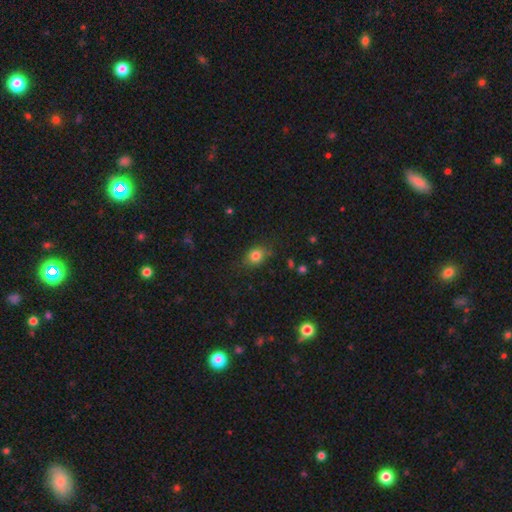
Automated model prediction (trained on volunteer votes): Smooth or featured? smooth (80%)
How rounded? round (49%, tied with in between)
Merging? none (77%)